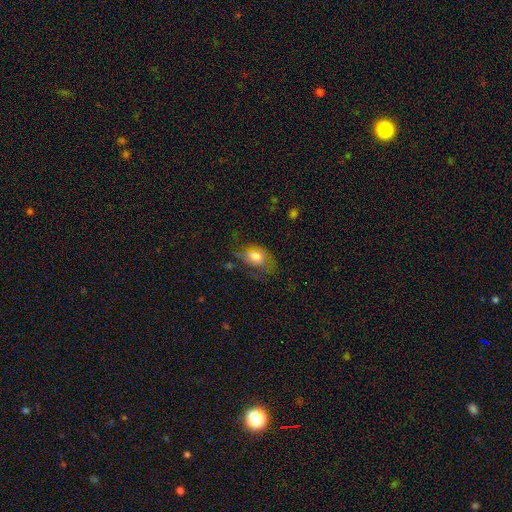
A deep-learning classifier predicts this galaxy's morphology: This is likely a smooth galaxy (64%). How rounded: likely in between (80%). Merging: marginally none (42%).